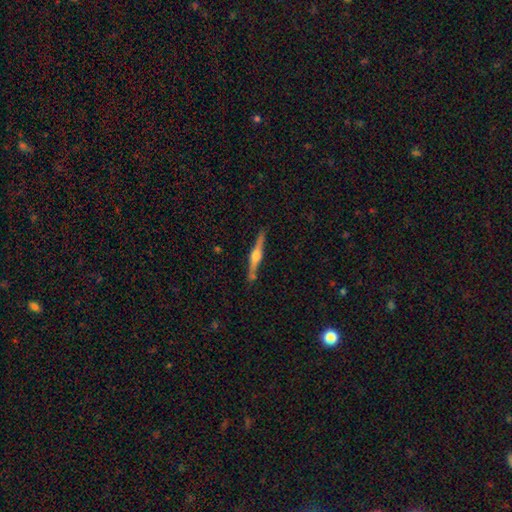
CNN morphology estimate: Smooth or featured?
  - featured or disk: 76% *
  - smooth: 19%
  - star or artifact: 6%
Edge-on disk?
  - yes: 98% *
  - no: 2%
Edge-on bulge?
  - rounded: 91% *
  - boxy: 6%
  - none: 3%
Merging?
  - none: 85% *
  - minor disturbance: 10%
  - merger: 3%
  - major disturbance: 2%